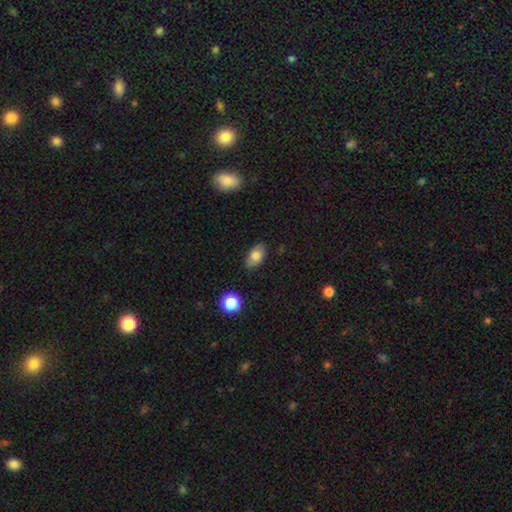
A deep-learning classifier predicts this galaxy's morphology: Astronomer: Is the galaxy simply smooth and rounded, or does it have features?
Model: smooth — 78%.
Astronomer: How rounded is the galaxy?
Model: in between — 90%.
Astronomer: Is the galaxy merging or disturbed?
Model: none — 81%.